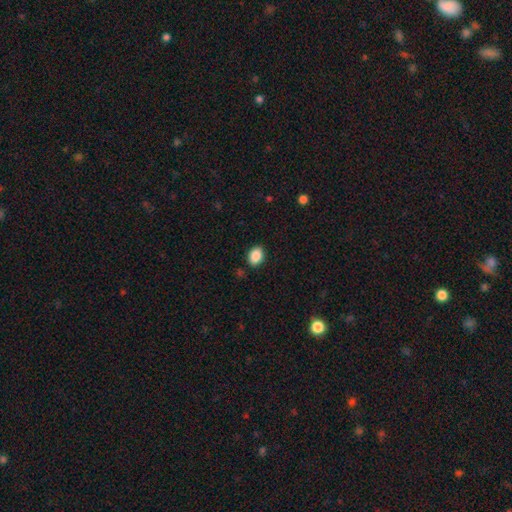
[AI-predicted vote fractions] A smooth galaxy with no disk features (88%) that is in between round and cigar-shaped (75%).

Vote fractions:
- Smooth or featured? smooth: 88% / star or artifact: 8% / featured or disk: 4%
- How rounded? in between: 75% / round: 24% / cigar-shaped: 1%
- Merging? none: 87% / minor disturbance: 9% / major disturbance: 2% / merger: 1%